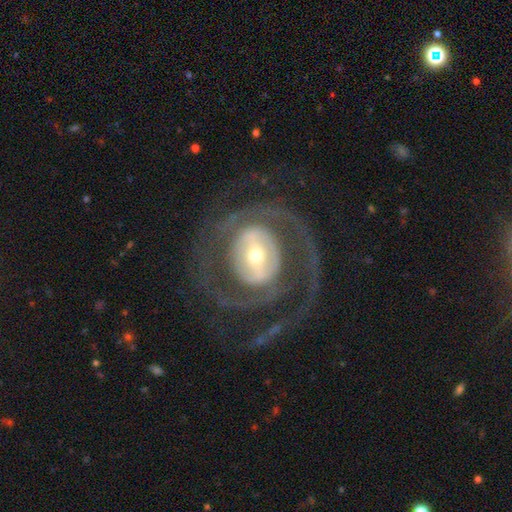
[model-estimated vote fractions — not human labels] This appears to be a featured or disk galaxy (86%) with a strong bar (42%), 2 (64%) tight (46%) spiral arms (86%) and a small central bulge (50%). Merging: none (66%).